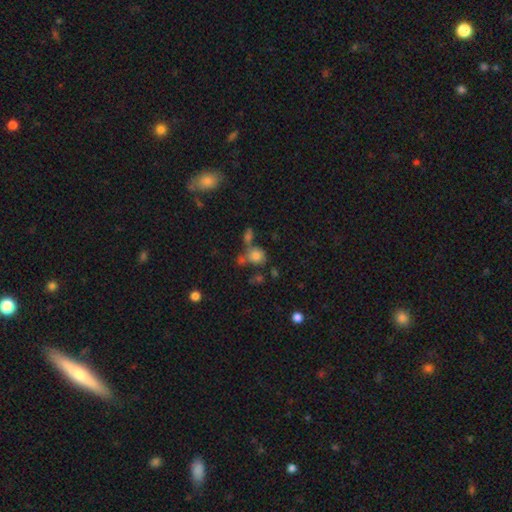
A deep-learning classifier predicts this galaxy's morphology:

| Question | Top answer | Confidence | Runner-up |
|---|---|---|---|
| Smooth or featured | smooth | 77% | star or artifact (13%) |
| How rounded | round | 73% | in between (26%) |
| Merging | none | 49% | merger (31%) |